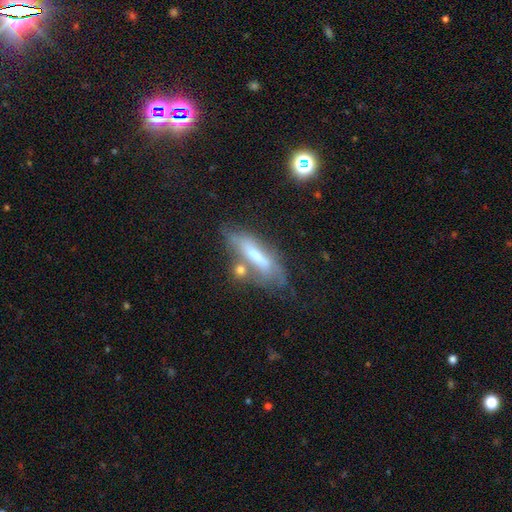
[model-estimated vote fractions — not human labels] This appears to be a featured or disk galaxy (52%) viewed edge-on (51%). Merging: none (45%).